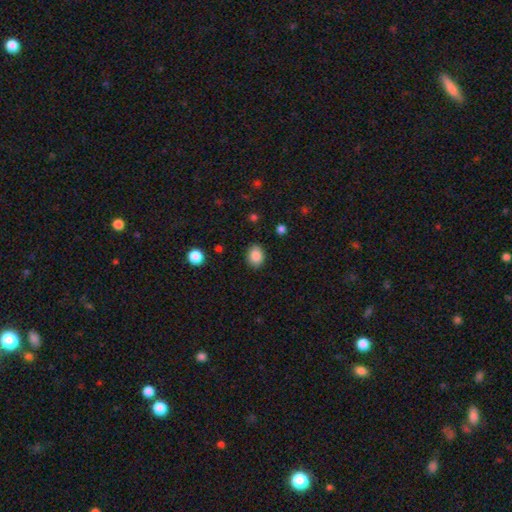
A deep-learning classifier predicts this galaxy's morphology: Smooth or featured? smooth (86%)
How rounded? in between (60%)
Merging? none (87%)